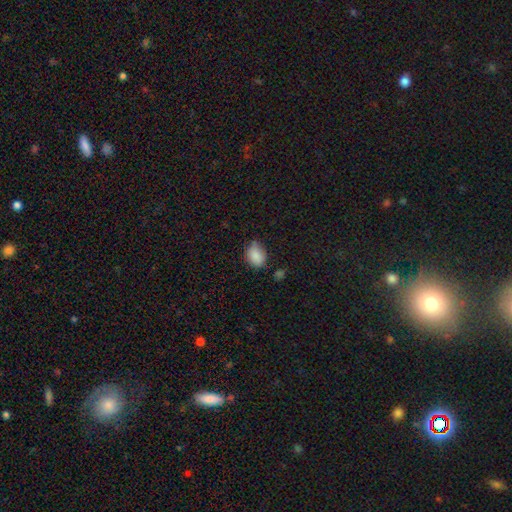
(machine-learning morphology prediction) This is clearly a smooth galaxy (86%). How rounded: likely in between (71%). Merging: possibly none (59%).